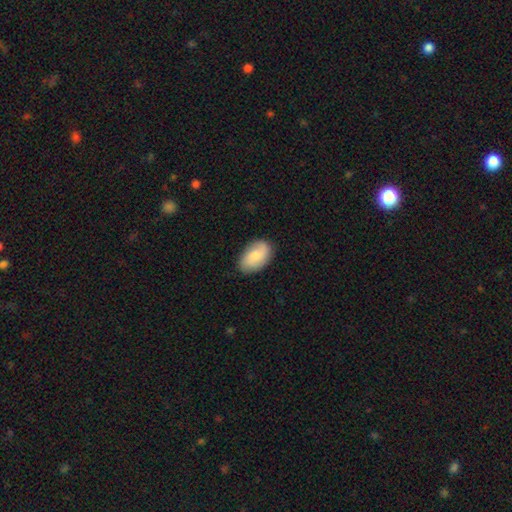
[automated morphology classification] A smooth galaxy with no disk features (65%) that is in between round and cigar-shaped (91%). Merging: none (82%).